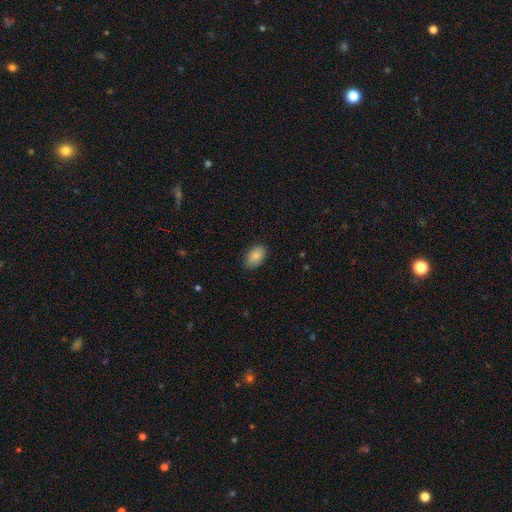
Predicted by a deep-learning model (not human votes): smooth-or-featured: smooth: 86% | star or artifact: 7% | featured or disk: 6%
  how-rounded: in between: 92% | round: 7% | cigar-shaped: 1%
  merging: none: 84% | minor disturbance: 13% | major disturbance: 2% | merger: 1%